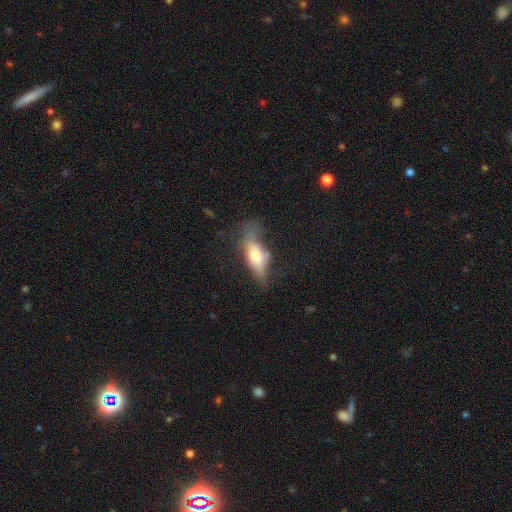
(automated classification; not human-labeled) Morphology: type=smooth (61%); roundness=in between (69%); merging=none (36%).